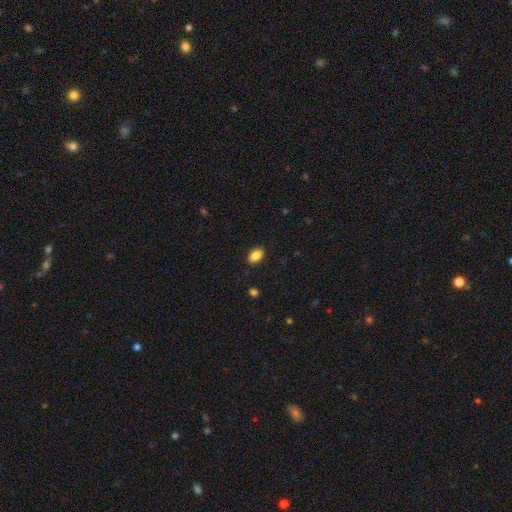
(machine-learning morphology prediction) Smooth or featured? Predicted: smooth (p=0.87). How rounded? Predicted: in between (p=0.88). Merging? Predicted: none (p=0.88).